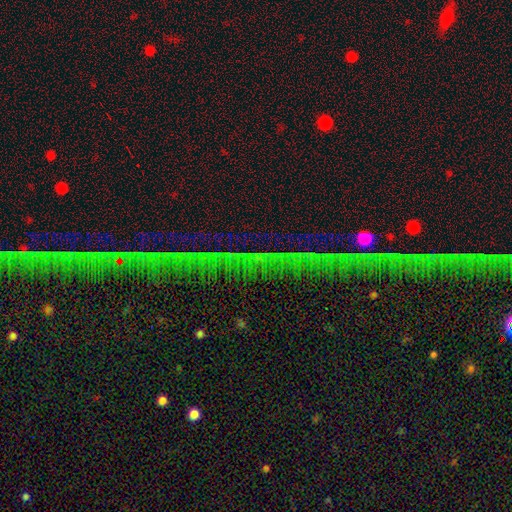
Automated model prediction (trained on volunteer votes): smooth-or-featured: star or artifact: 85% | featured or disk: 9% | smooth: 6%